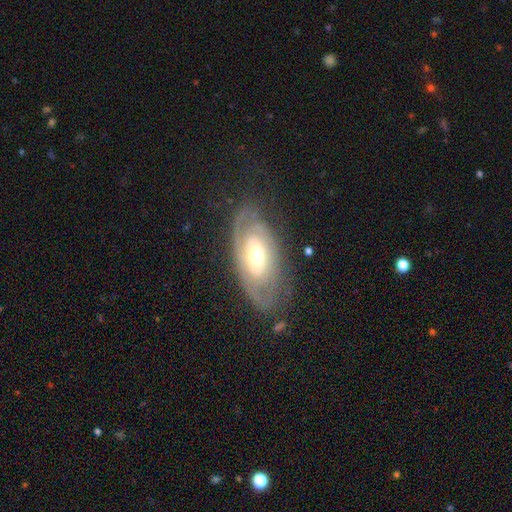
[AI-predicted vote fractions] The model was most divided on "spiral arm count" (2-way tie): 2: 40%, can't tell: 40%, 1: 9%, 3: 6%, 4: 3%, more than 4: 2%. More confident: edge-on disk — no (91%); smooth or featured — featured or disk (76%); spiral arms — yes (76%); merging — none (71%); spiral winding — tight (68%); bar — no (66%); bulge size — moderate (65%).